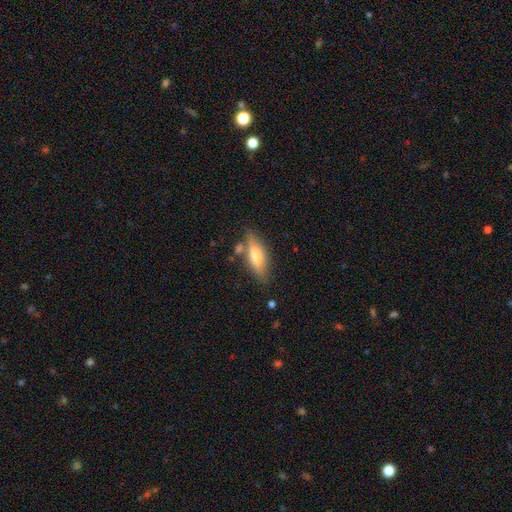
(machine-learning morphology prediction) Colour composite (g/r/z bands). It shows a smooth galaxy with no disk features (65%) that is in between round and cigar-shaped (56%). Merging: none (74%).